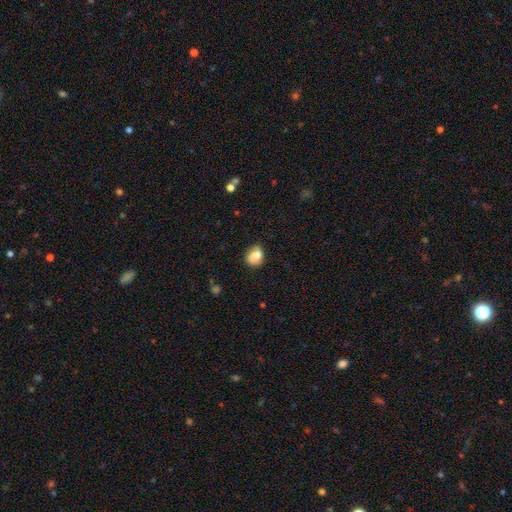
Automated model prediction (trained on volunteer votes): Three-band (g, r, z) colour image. It shows a smooth galaxy with no disk features (77%) that is round (61%). Merging: none (71%).